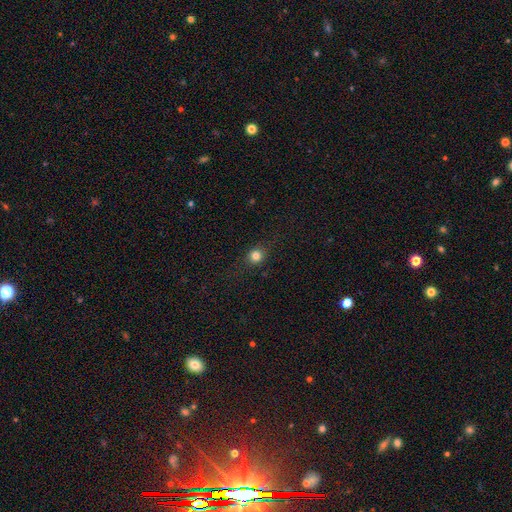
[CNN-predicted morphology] The model was most divided on "smooth or featured": smooth: 80%, star or artifact: 13%, featured or disk: 7%. More confident: merging — none (86%); how rounded — round (83%).